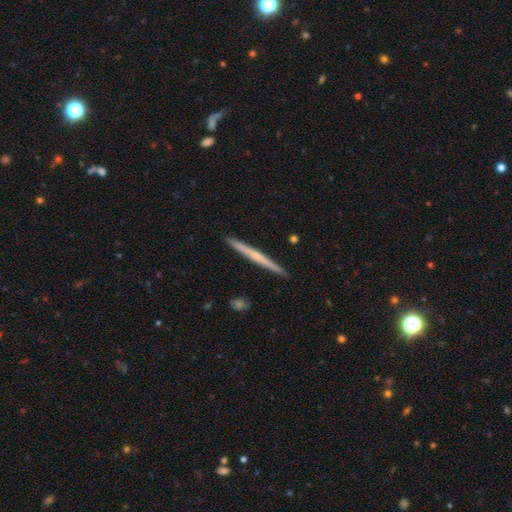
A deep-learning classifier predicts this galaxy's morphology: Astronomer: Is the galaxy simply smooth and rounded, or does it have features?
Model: featured or disk — 53% (runner-up: smooth, 41%).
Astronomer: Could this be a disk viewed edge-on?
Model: yes — 98%.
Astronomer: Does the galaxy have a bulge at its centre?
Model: none — 70%.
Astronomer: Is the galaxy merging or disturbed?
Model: none — 93%.